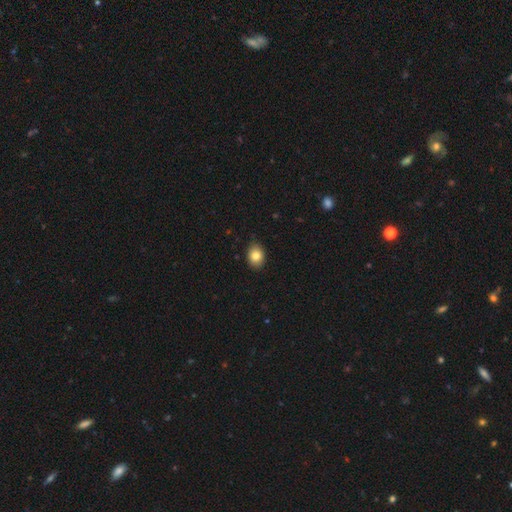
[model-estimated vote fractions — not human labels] This appears to be a smooth galaxy with no disk features (84%) that is in between round and cigar-shaped (66%). Merging: none (87%).